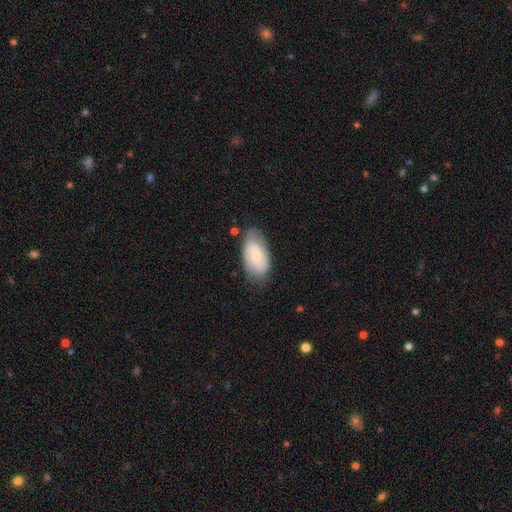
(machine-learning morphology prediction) featured or disk 50%, smooth 44%, star or artifact 6%. Down the decision tree: merging — none (73%).